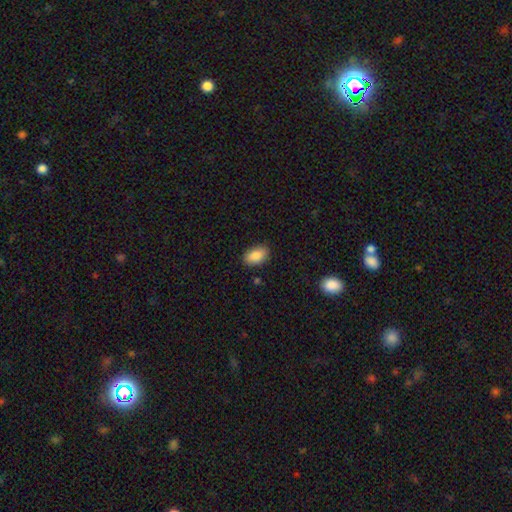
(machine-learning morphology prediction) A smooth galaxy with no disk features (86%) that is in between round and cigar-shaped (91%).

Vote fractions:
- Smooth or featured? smooth: 86% / star or artifact: 7% / featured or disk: 7%
- How rounded? in between: 91% / round: 7% / cigar-shaped: 2%
- Merging? none: 85% / minor disturbance: 11% / major disturbance: 2% / merger: 1%